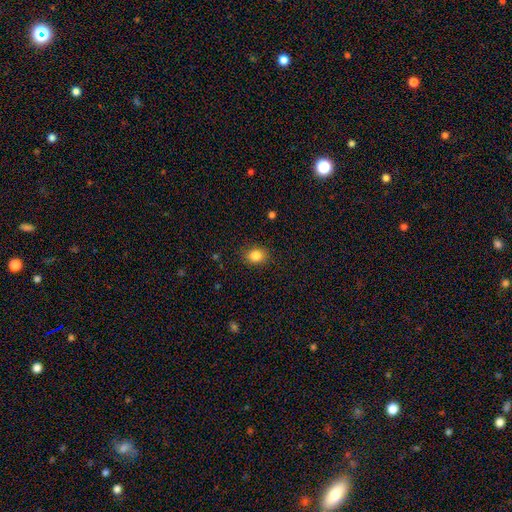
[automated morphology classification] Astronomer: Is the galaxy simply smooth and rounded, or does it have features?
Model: smooth — 85%.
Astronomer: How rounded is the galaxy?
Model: in between — 52% (runner-up: round, 47%).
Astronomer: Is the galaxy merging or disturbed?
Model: none — 87%.